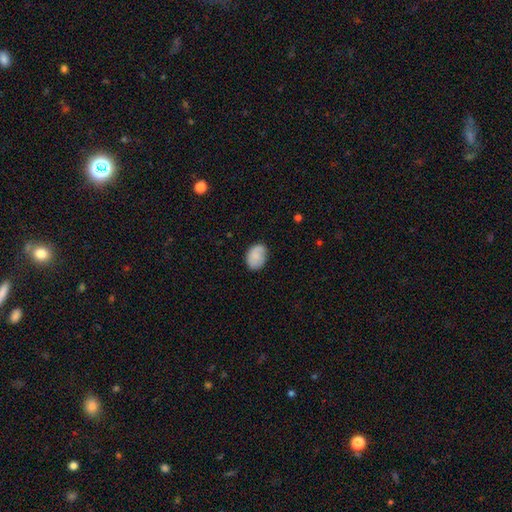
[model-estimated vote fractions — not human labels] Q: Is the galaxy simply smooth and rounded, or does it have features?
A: smooth — 75%.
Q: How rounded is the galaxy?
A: in between — 71%.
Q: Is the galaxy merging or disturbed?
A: none — 68%.